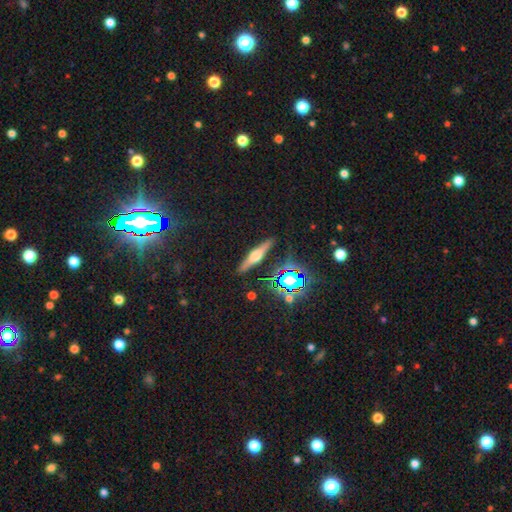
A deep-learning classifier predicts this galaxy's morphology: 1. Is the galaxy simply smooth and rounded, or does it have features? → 57% featured or disk, 30% smooth, 14% star or artifact.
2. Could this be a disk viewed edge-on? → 94% yes, 6% no.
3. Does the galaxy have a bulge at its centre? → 89% rounded, 7% boxy, 4% none.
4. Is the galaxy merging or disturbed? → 87% none, 8% minor disturbance, 2% major disturbance, 2% merger.